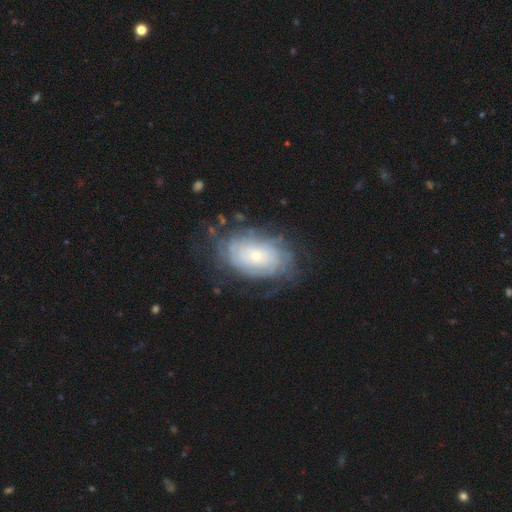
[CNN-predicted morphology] smooth-or-featured: featured or disk: 79% | smooth: 15% | star or artifact: 6%
  disk-edge-on: no: 96% | yes: 4%
    bar: no: 84% | weak: 13% | strong: 3%
    has-spiral-arms: yes: 90% | no: 10%
      spiral-winding: tight: 81% | medium: 14% | loose: 5%
      spiral-arm-count: can't tell: 52% | more than 4: 16% | 4: 12% | 2: 8% | 3: 7% | 1: 5%
    bulge-size: small: 77% | moderate: 19% | large: 2% | none: 1% | dominant: 1%
  merging: none: 72% | minor disturbance: 17% | major disturbance: 9% | merger: 2%